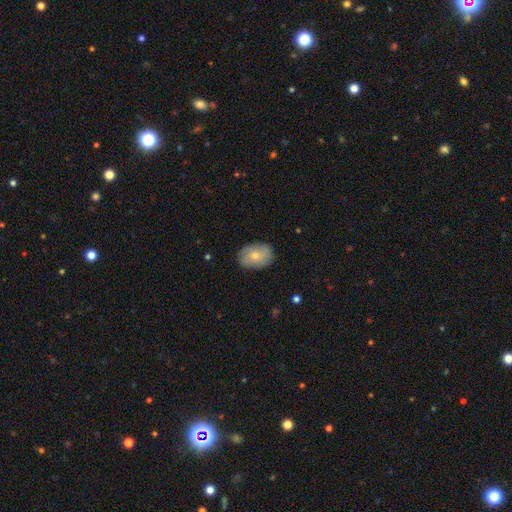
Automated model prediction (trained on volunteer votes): The model was most divided on "smooth or featured": smooth: 71%, featured or disk: 22%, star or artifact: 7%. More confident: merging — none (82%); how rounded — in between (80%).